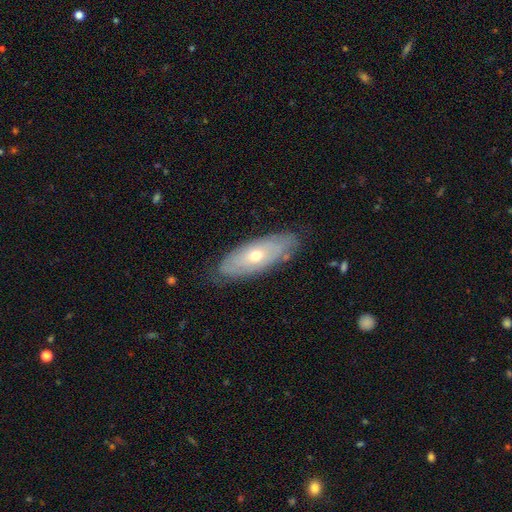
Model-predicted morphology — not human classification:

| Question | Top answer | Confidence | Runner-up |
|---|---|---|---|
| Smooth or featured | featured or disk | 52% | smooth (41%) |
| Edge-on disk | no | 76% | yes (24%) |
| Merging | none | 77% | minor disturbance (17%) |